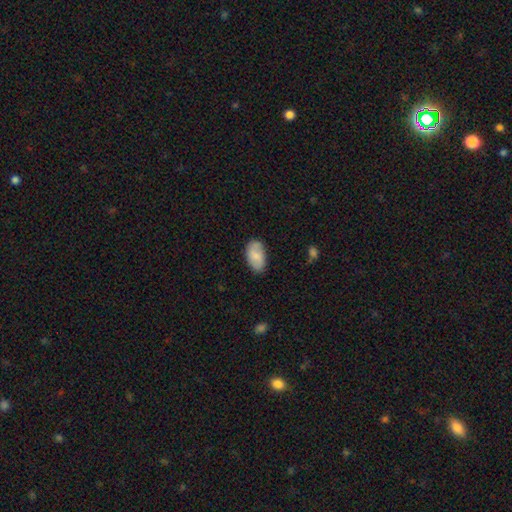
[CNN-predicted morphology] This is likely a smooth galaxy (76%). How rounded: clearly in between (94%). Merging: likely none (78%).